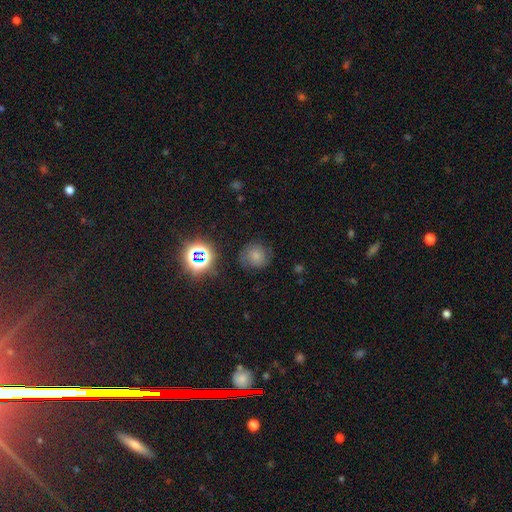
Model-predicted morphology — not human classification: smooth 59%, star or artifact 23%, featured or disk 18%. Down the decision tree: how rounded — round (87%); merging — none (74%).